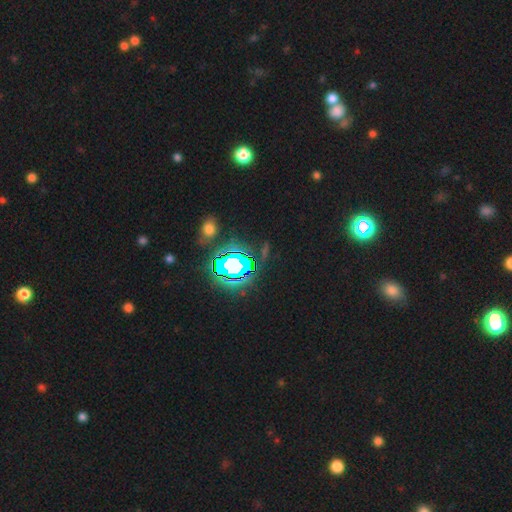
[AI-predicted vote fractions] This is clearly a star or artifact rather than a galaxy (81%).